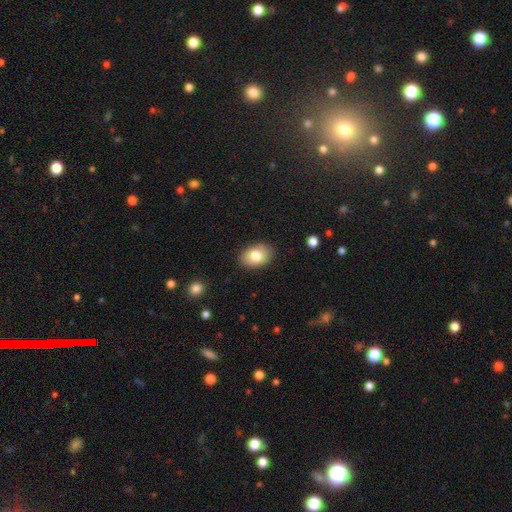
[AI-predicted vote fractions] smooth_or_featured: smooth (p=0.80) [alt: featured or disk p=0.12]
how_rounded: in between (p=0.82) [alt: round p=0.17]
merging: none (p=0.87) [alt: minor disturbance p=0.10]